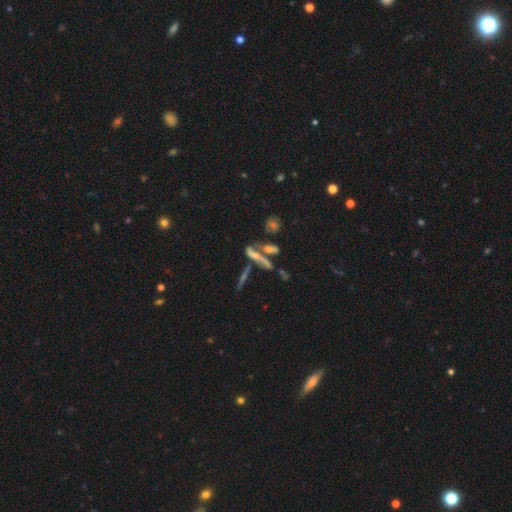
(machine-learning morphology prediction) type=featured or disk (57%); edge-on=yes (64%); merging=none (41%).